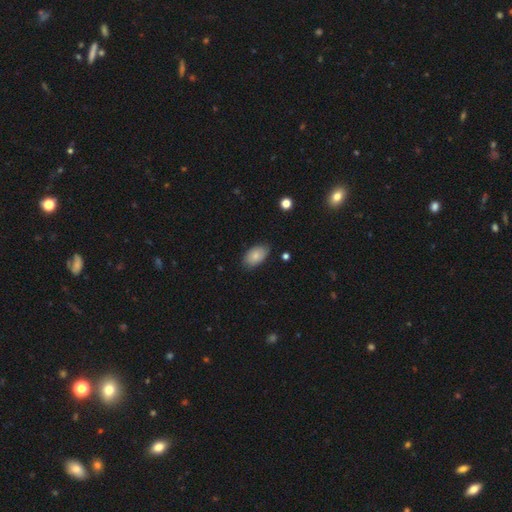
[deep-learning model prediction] smooth_or_featured: smooth (p=0.79) [alt: featured or disk p=0.14]
how_rounded: in between (p=0.93) [alt: round p=0.05]
merging: none (p=0.78) [alt: minor disturbance p=0.18]